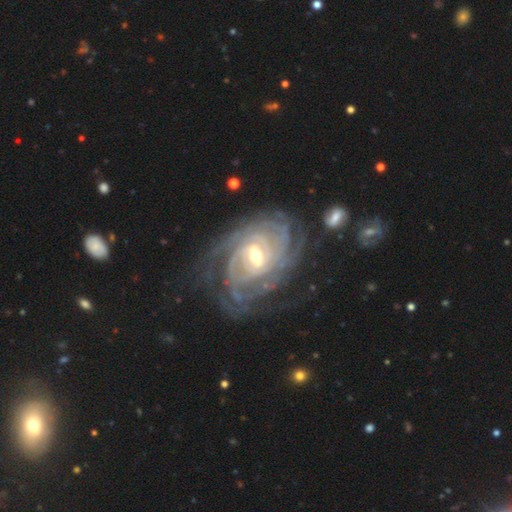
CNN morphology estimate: smooth_or_featured: featured or disk (p=0.91) [alt: star or artifact p=0.05]
disk_edge_on: no (p=0.97) [alt: yes p=0.03]
bar: weak (p=0.49) [alt: strong p=0.30]
has_spiral_arms: yes (p=0.98) [alt: no p=0.02]
spiral_winding: tight (p=0.79) [alt: medium p=0.18]
spiral_arm_count: can't tell (p=0.27) [alt: 4 p=0.25]
bulge_size: moderate (p=0.58) [alt: small p=0.38]
merging: none (p=0.71) [alt: minor disturbance p=0.17]